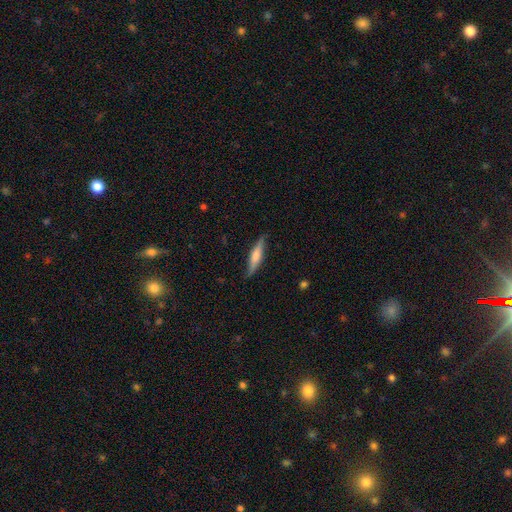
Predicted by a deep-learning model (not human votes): Smooth or featured? featured or disk (50%)
Edge-on disk? yes (93%)
Merging? none (85%)